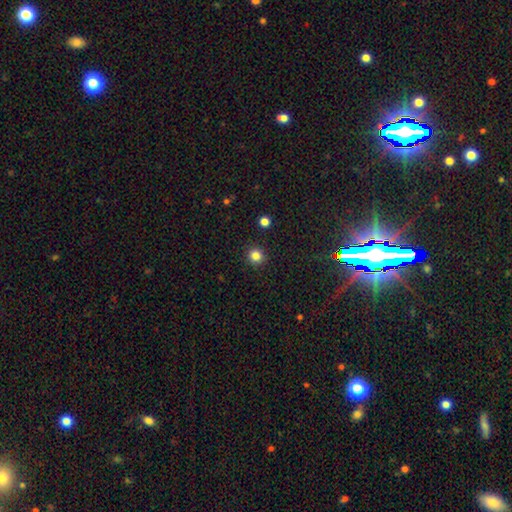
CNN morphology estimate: The model was most divided on "smooth or featured": smooth: 83%, star or artifact: 12%, featured or disk: 4%. More confident: how rounded — round (92%); merging — none (92%).